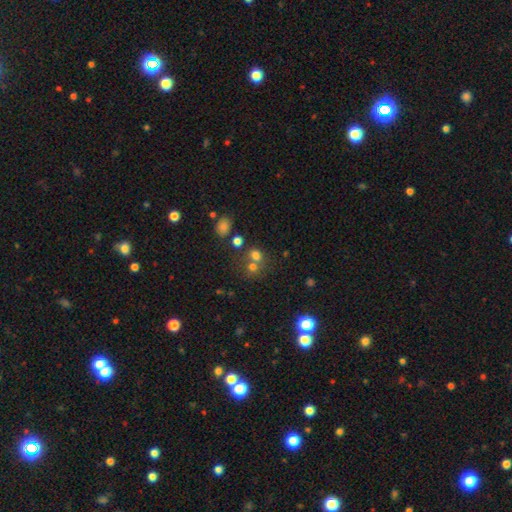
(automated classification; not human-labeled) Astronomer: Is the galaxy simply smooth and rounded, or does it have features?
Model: smooth — 69%.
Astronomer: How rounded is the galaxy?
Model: round — 73%.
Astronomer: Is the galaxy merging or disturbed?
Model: none — 45% (runner-up: merger, 43%).